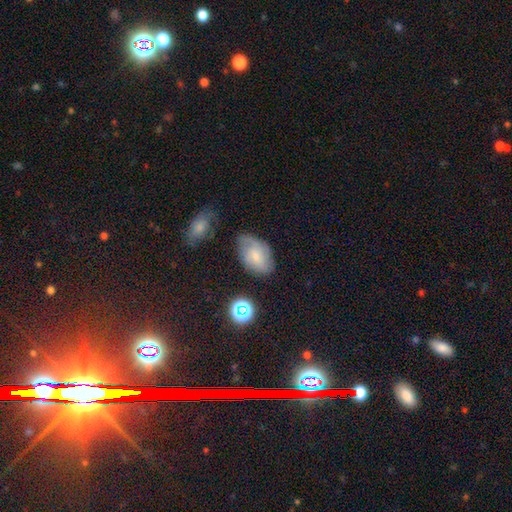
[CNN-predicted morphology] Overall: smooth (52%; featured or disk 37%). How rounded: in between (88%). Merging: none (61%; minor disturbance 27%).